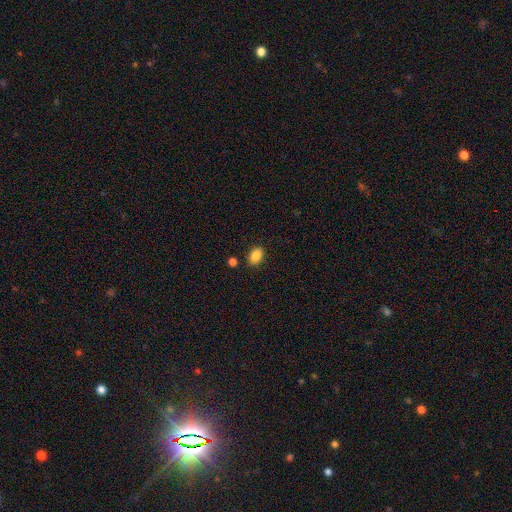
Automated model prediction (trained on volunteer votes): Smooth or featured?
  - smooth: 86% *
  - star or artifact: 9%
  - featured or disk: 5%
How rounded?
  - in between: 83% *
  - round: 16%
  - cigar-shaped: 1%
Merging?
  - none: 86% *
  - minor disturbance: 9%
  - merger: 3%
  - major disturbance: 2%